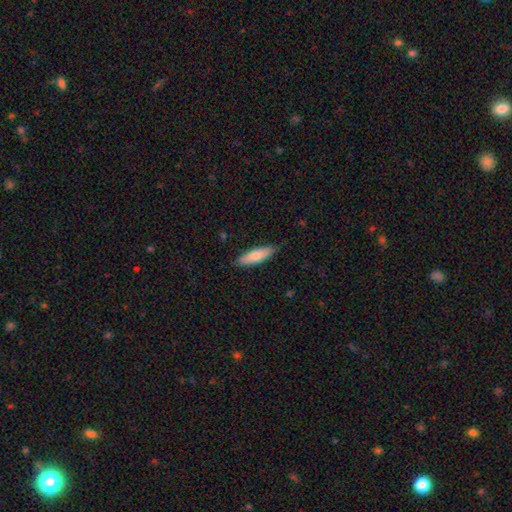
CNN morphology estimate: Q: Smooth or featured?
A: smooth (78%); runner-up: featured or disk (17%)
Q: How rounded?
A: cigar-shaped (60%); runner-up: in between (39%)
Q: Merging?
A: none (87%); runner-up: minor disturbance (11%)